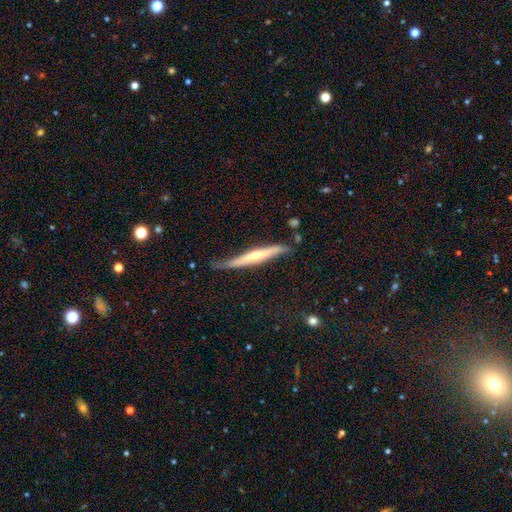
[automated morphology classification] Smooth or featured: featured or disk — 70% (smooth — 23%)
Edge-on disk: yes — 95% (no — 5%)
Edge-on bulge: rounded — 72% (none — 21%)
Merging: none — 72% (minor disturbance — 21%)